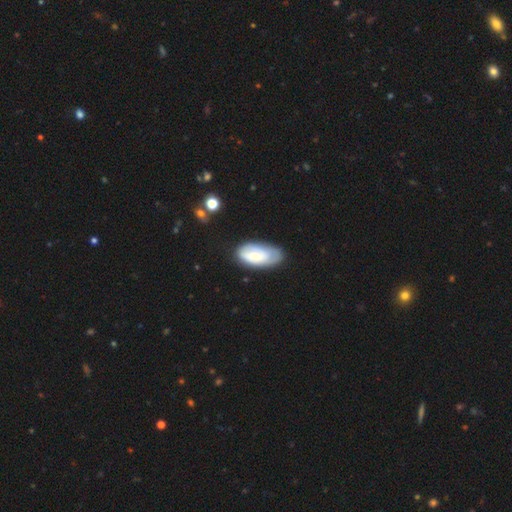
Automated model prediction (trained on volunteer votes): The model was most divided on "smooth or featured": smooth: 59%, featured or disk: 35%, star or artifact: 6%. More confident: how rounded — in between (90%); merging — none (60%).